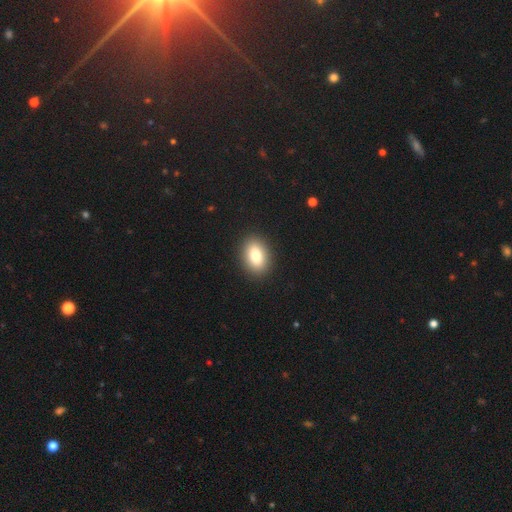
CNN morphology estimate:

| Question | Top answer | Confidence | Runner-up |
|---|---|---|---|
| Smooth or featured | smooth | 84% | star or artifact (8%) |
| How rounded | in between | 85% | round (13%) |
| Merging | none | 90% | minor disturbance (7%) |